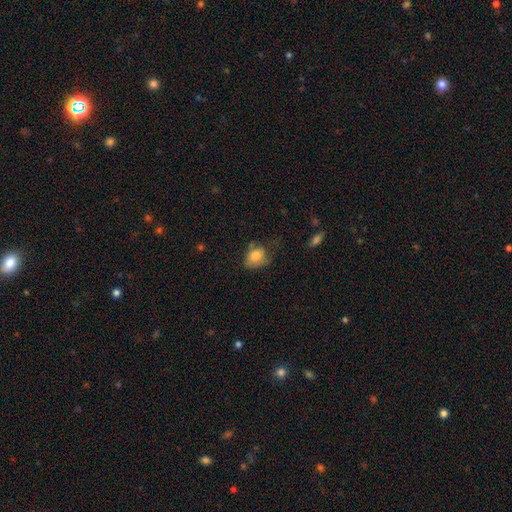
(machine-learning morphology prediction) This appears to be a smooth galaxy with no disk features (78%) that is in between round and cigar-shaped (59%). Merging: none (39%).